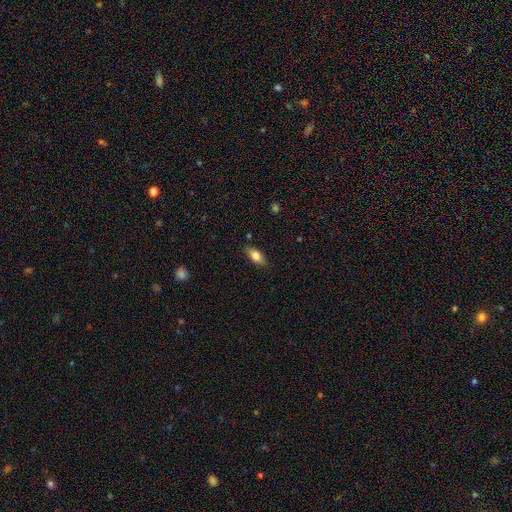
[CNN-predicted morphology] A smooth galaxy with no disk features (78%) that is in between round and cigar-shaped (83%).

Vote fractions:
- Smooth or featured? smooth: 78% / featured or disk: 15% / star or artifact: 7%
- How rounded? in between: 83% / cigar-shaped: 14% / round: 3%
- Merging? none: 84% / minor disturbance: 12% / major disturbance: 2% / merger: 1%